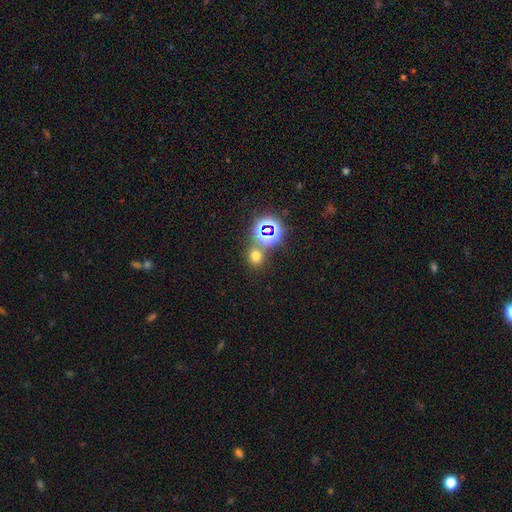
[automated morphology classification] type=smooth (61%); roundness=round (79%); merging=none (70%).